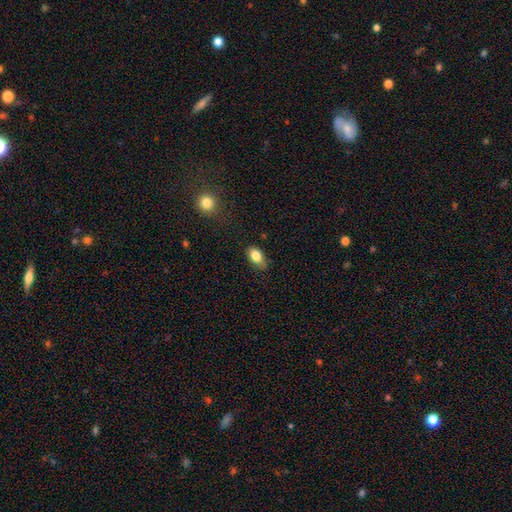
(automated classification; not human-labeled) smooth-or-featured: smooth: 82% | featured or disk: 10% | star or artifact: 8%
  how-rounded: in between: 89% | round: 8% | cigar-shaped: 2%
  merging: none: 76% | minor disturbance: 19% | major disturbance: 4% | merger: 1%